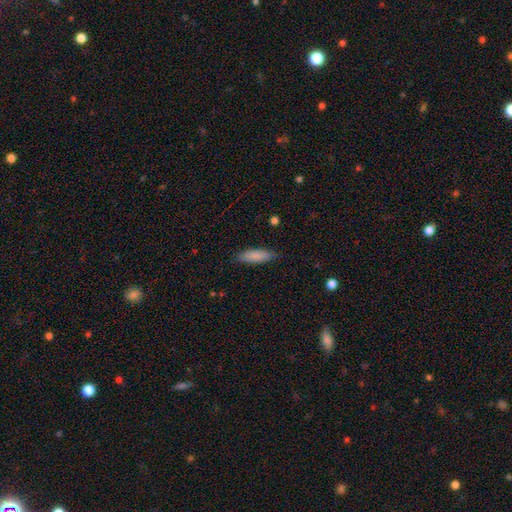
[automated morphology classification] Smooth or featured? smooth (85%)
How rounded? in between (52%)
Merging? none (83%)